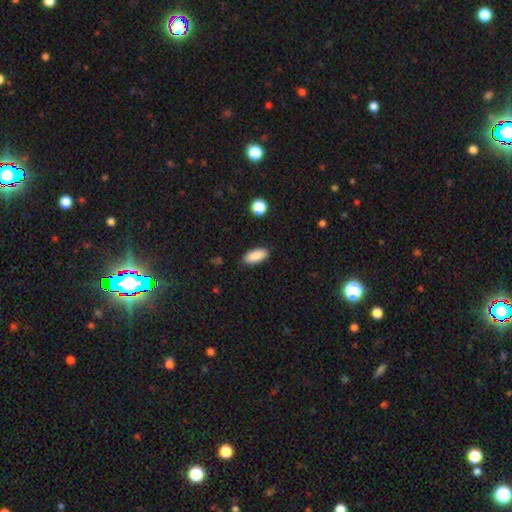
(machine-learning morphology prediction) Overall: smooth (88%). How rounded: in between (89%). Merging: none (87%).